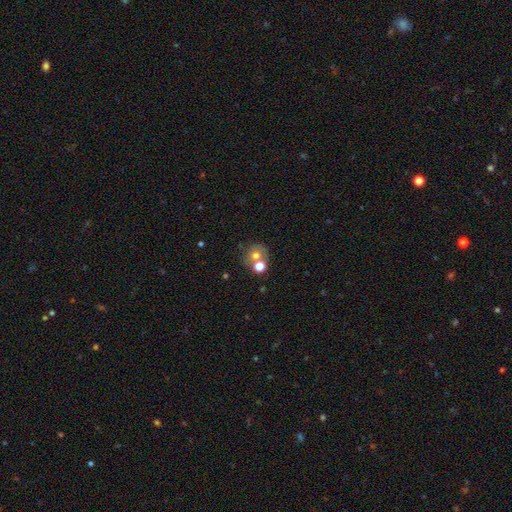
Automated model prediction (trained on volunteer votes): Smooth or featured? Predicted: smooth (p=0.65). How rounded? Predicted: round (p=0.80). Merging? Predicted: none (p=0.48).